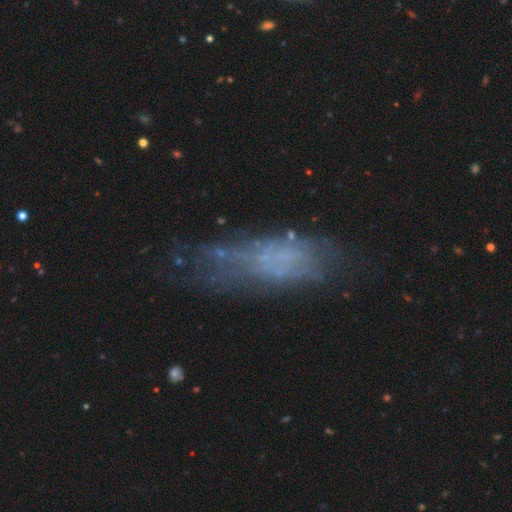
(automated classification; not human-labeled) The model was most divided on "smooth or featured": featured or disk: 48%, smooth: 35%, star or artifact: 17%. Remaining: merging — none (48%).